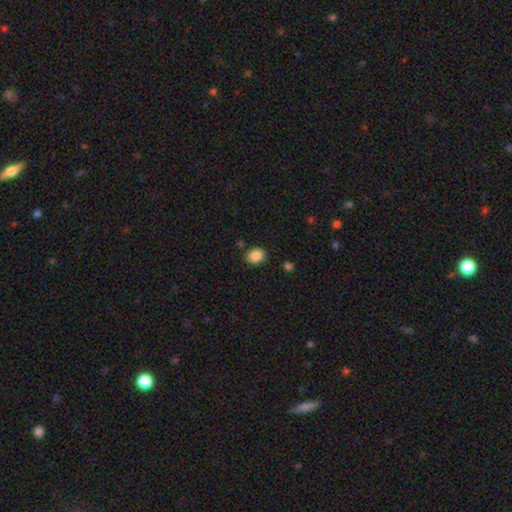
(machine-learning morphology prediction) This appears to be a smooth galaxy with no disk features (88%) that is in between round and cigar-shaped (56%). Merging: none (84%).